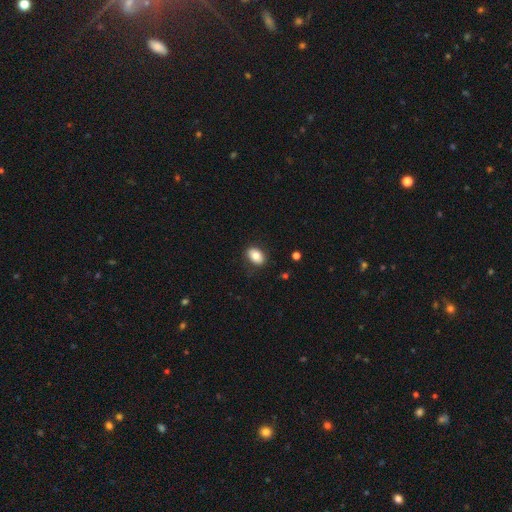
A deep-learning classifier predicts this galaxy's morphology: Q: Smooth or featured?
A: smooth (81%); runner-up: featured or disk (11%)
Q: How rounded?
A: in between (82%); runner-up: round (17%)
Q: Merging?
A: none (84%); runner-up: minor disturbance (12%)